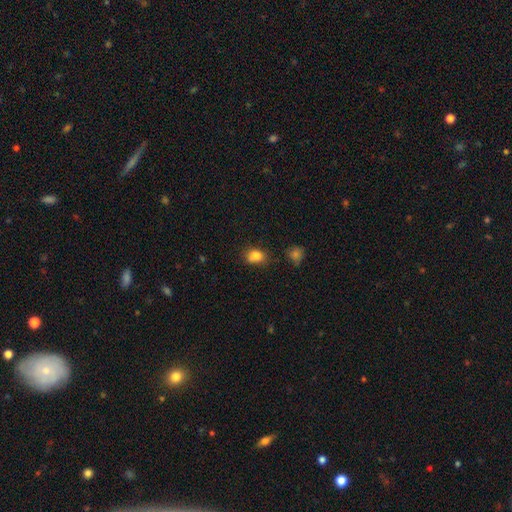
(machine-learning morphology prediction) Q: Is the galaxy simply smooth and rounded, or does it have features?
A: smooth — 82%.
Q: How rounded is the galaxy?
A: in between — 60%.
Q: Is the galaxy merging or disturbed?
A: none — 67%.